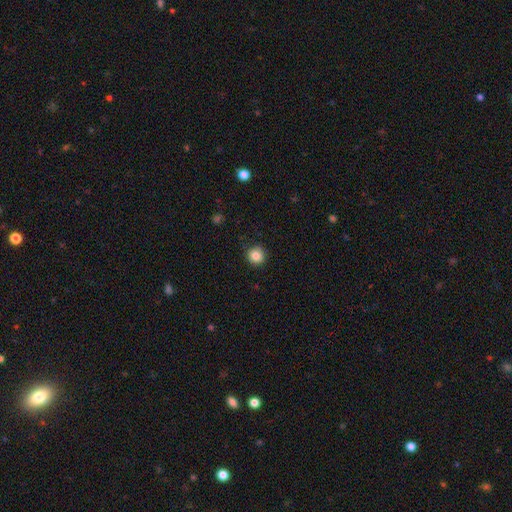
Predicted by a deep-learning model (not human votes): A smooth galaxy with no disk features (85%) that is round (93%). Merging: none (88%).